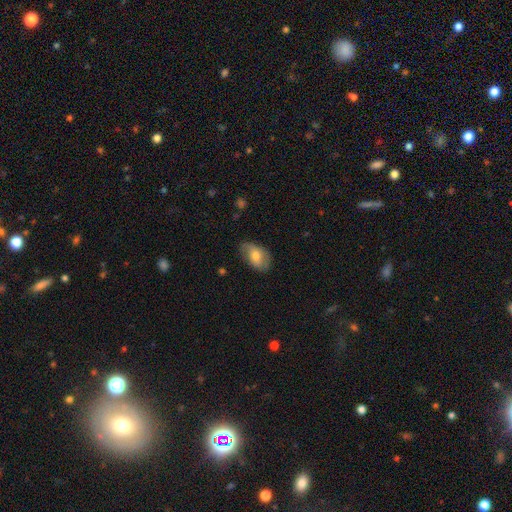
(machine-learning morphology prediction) type=smooth (64%); roundness=in between (89%); merging=none (64%).